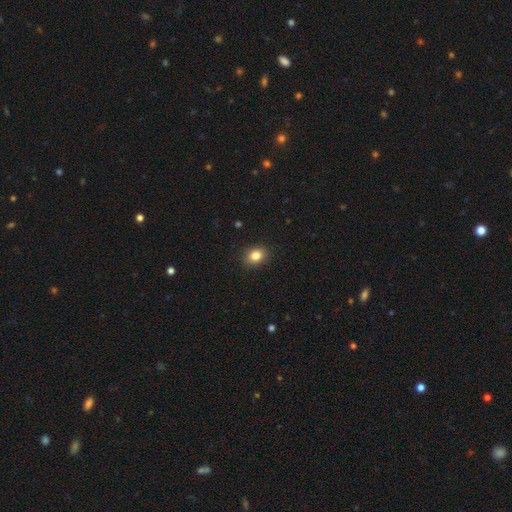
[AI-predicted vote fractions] A smooth galaxy with no disk features (83%) that is round (50%).

Vote fractions:
- Smooth or featured? smooth: 83% / star or artifact: 10% / featured or disk: 6%
- How rounded? round: 50% / in between: 49% / cigar-shaped: 1%
- Merging? none: 90% / minor disturbance: 7% / major disturbance: 2% / merger: 1%